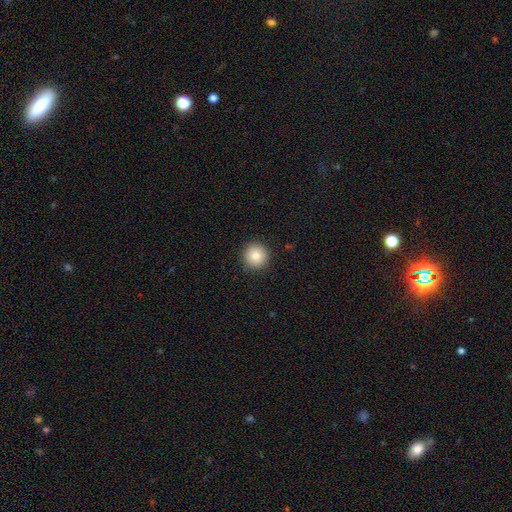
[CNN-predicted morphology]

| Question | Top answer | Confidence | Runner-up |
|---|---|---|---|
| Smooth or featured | smooth | 83% | star or artifact (10%) |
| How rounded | round | 95% | in between (4%) |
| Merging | none | 91% | minor disturbance (6%) |